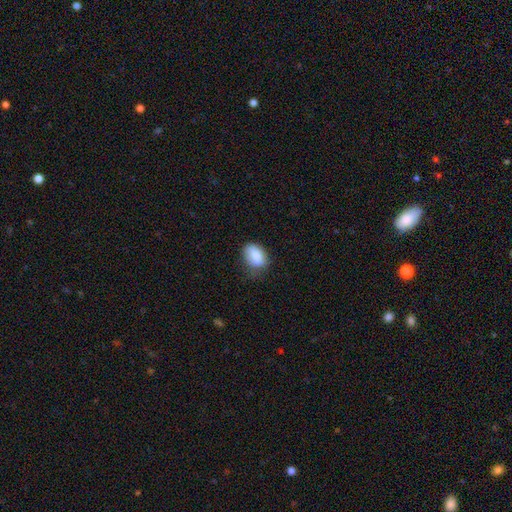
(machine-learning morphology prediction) A smooth galaxy with no disk features (80%) that is in between round and cigar-shaped (83%). Merging: none (60%).